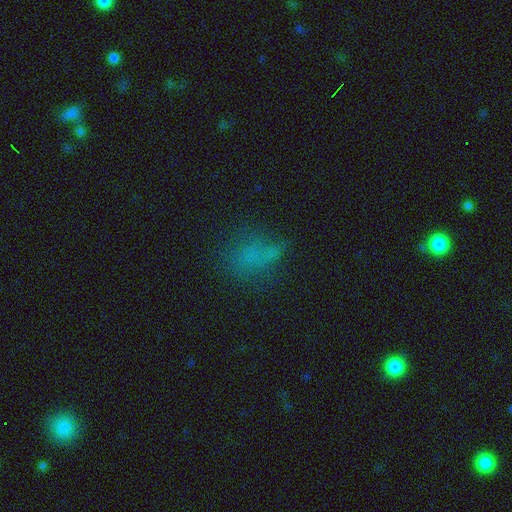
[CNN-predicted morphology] Smooth or featured? Predicted: smooth (p=0.57). How rounded? Predicted: in between (p=0.62). Merging? Predicted: none (p=0.56).